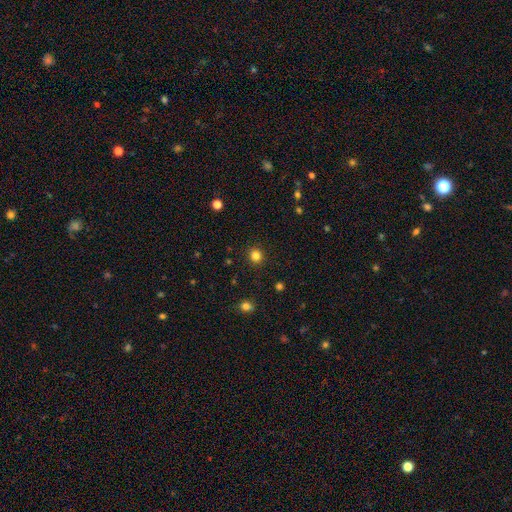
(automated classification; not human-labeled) smooth-or-featured: smooth: 83% | star or artifact: 13% | featured or disk: 4%
  how-rounded: round: 90% | in between: 9% | cigar-shaped: 1%
  merging: none: 92% | minor disturbance: 5% | major disturbance: 2% | merger: 1%